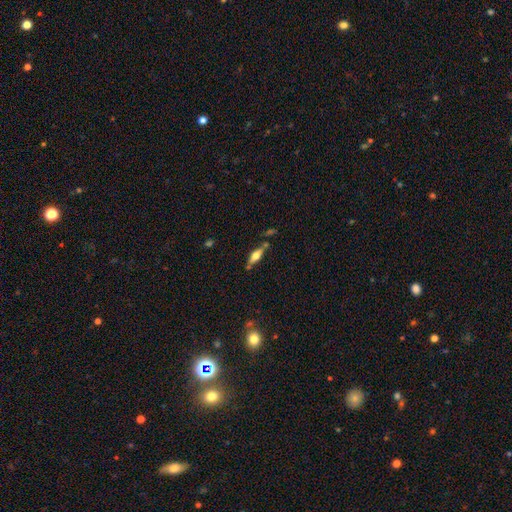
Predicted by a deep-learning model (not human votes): Morphology: type=smooth (48%); merging=none (68%).